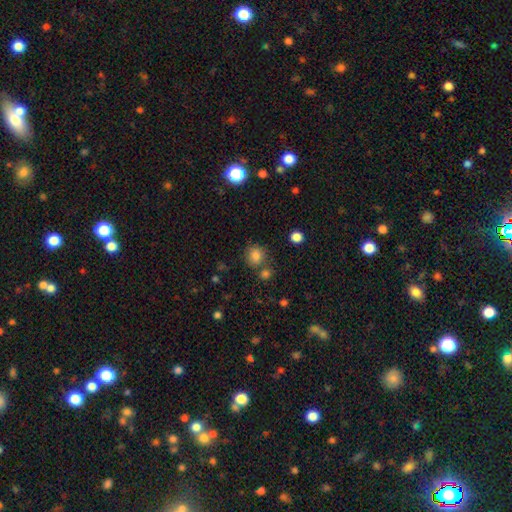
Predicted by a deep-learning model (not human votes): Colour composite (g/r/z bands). It shows a smooth galaxy with no disk features (82%) that is round (83%). Merging: none (71%).